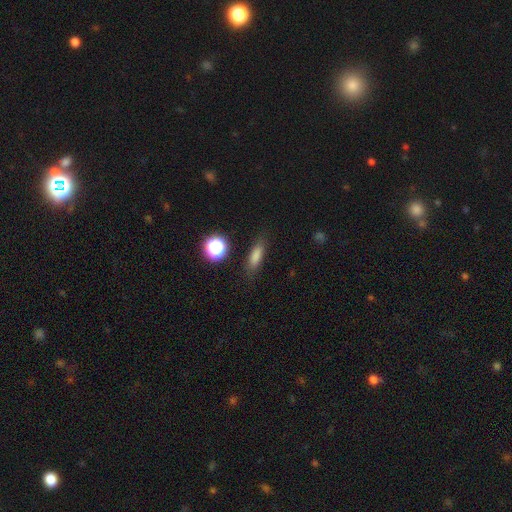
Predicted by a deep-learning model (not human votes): The model was most divided on "how rounded": cigar-shaped: 48%, in between: 44%, round: 7%. More confident: merging — none (81%); smooth or featured — smooth (78%).